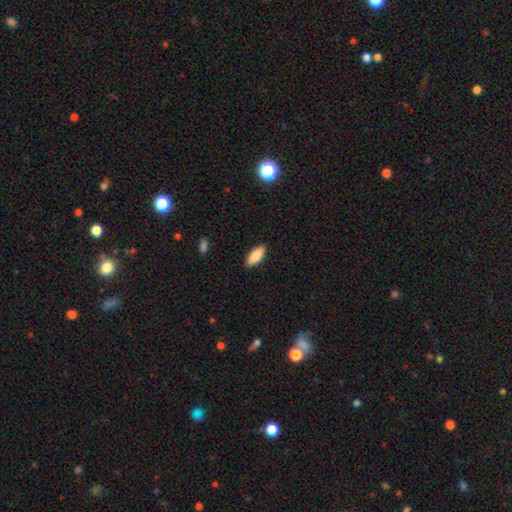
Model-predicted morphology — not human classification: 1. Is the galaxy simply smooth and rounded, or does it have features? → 86% smooth, 7% featured or disk, 6% star or artifact.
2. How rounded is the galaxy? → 80% in between, 18% cigar-shaped, 2% round.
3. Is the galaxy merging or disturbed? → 88% none, 9% minor disturbance, 2% major disturbance, 1% merger.